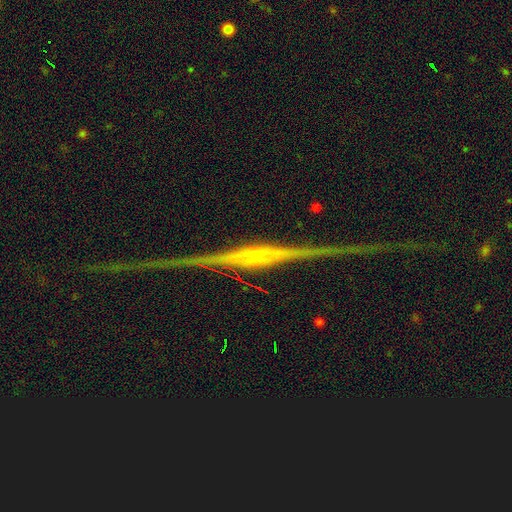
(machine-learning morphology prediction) Q: Smooth or featured?
A: featured or disk (88%); runner-up: star or artifact (7%)
Q: Edge-on disk?
A: yes (98%); runner-up: no (2%)
Q: Edge-on bulge?
A: rounded (69%); runner-up: boxy (20%)
Q: Merging?
A: none (88%); runner-up: minor disturbance (9%)